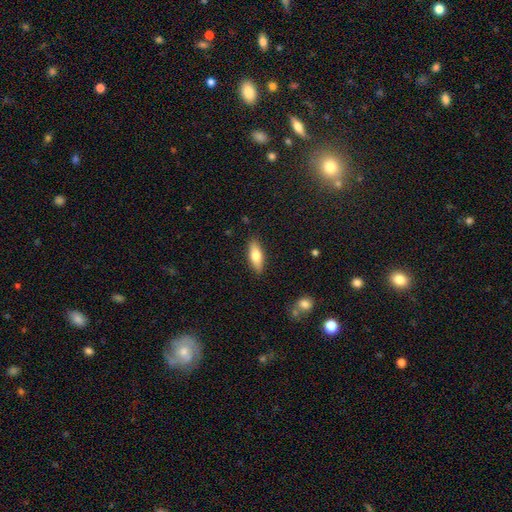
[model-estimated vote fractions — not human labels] smooth_or_featured: smooth (p=0.66) [alt: featured or disk p=0.27]
how_rounded: in between (p=0.60) [alt: cigar-shaped p=0.37]
merging: none (p=0.87) [alt: minor disturbance p=0.09]